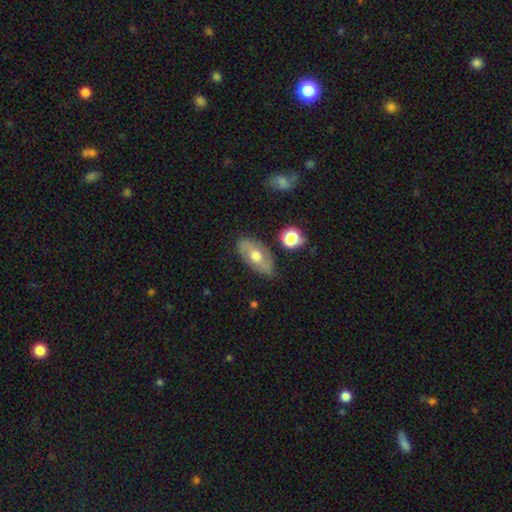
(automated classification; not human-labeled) Smooth or featured? featured or disk (51%)
Edge-on disk? no (84%)
Merging? none (75%)